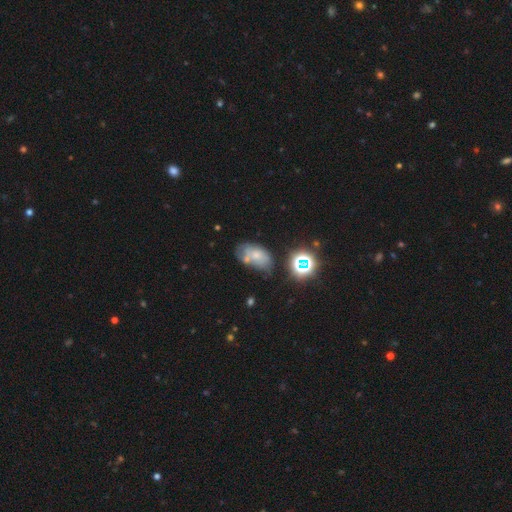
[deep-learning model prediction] smooth_or_featured: smooth (p=0.53) [alt: featured or disk p=0.29]
how_rounded: in between (p=0.87) [alt: round p=0.12]
merging: none (p=0.38) [alt: minor disturbance p=0.27]